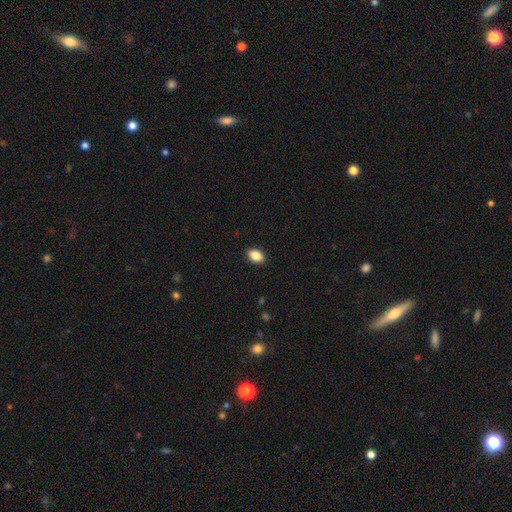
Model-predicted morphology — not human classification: The model was most divided on "how rounded": in between: 85%, round: 13%, cigar-shaped: 2%. More confident: merging — none (90%); smooth or featured — smooth (87%).